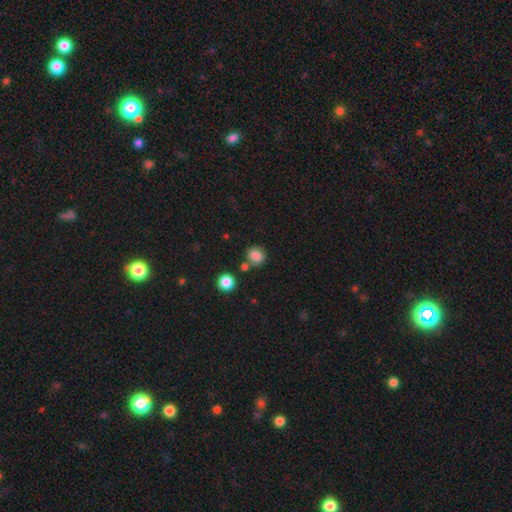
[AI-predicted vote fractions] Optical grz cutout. It shows a smooth galaxy with no disk features (83%) that is round (85%). Merging: none (75%).